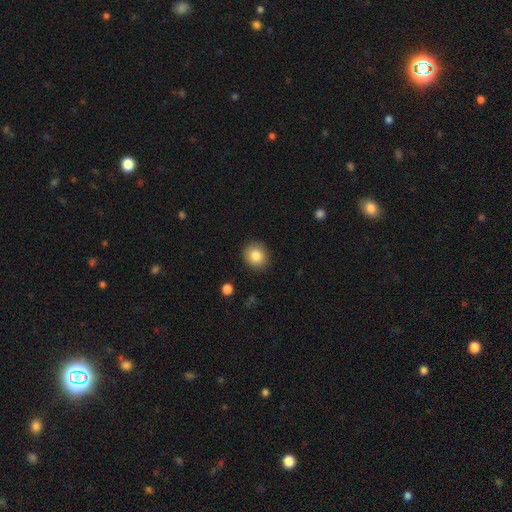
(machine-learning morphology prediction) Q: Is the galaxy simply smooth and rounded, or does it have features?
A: smooth — 85%.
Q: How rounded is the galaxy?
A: round — 83%.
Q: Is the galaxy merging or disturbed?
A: none — 90%.